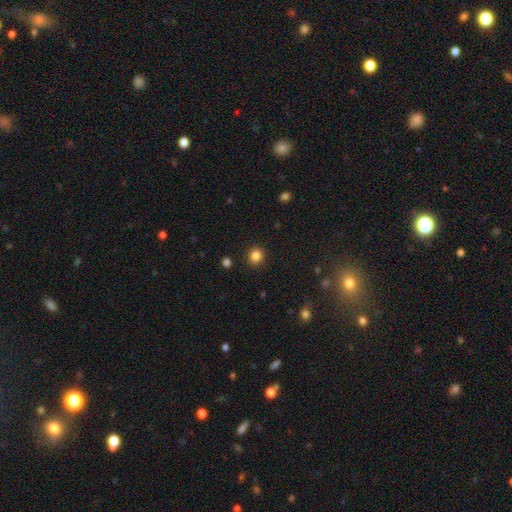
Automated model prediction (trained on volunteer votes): Q: Smooth or featured?
A: smooth (85%); runner-up: star or artifact (12%)
Q: How rounded?
A: round (82%); runner-up: in between (17%)
Q: Merging?
A: none (90%); runner-up: minor disturbance (6%)